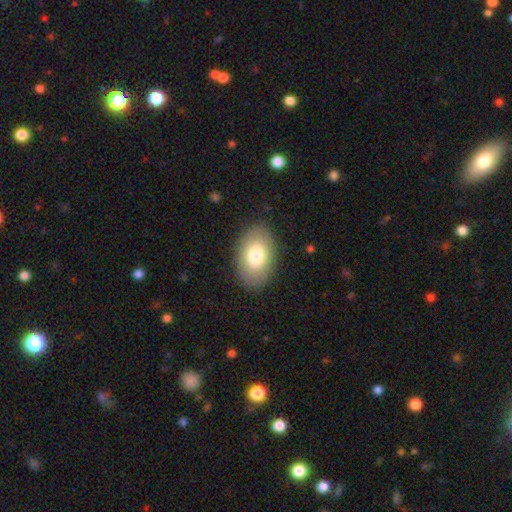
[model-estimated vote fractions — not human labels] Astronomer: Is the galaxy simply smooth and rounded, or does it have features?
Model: smooth — 79%.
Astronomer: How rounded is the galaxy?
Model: in between — 89%.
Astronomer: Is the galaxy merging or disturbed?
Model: none — 87%.